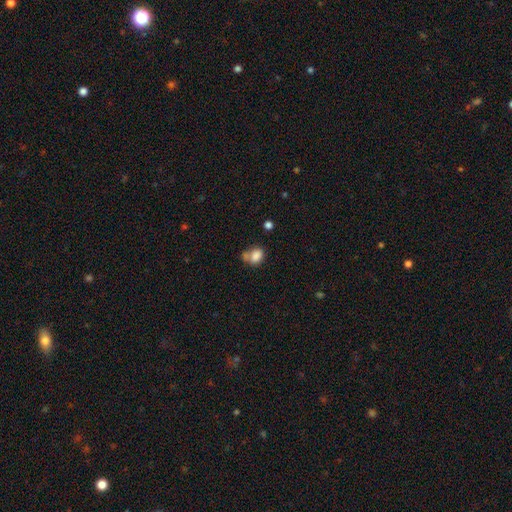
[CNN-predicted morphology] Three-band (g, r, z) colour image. It shows a smooth galaxy with no disk features (81%) that is in between round and cigar-shaped (59%). Merging: none (38%).